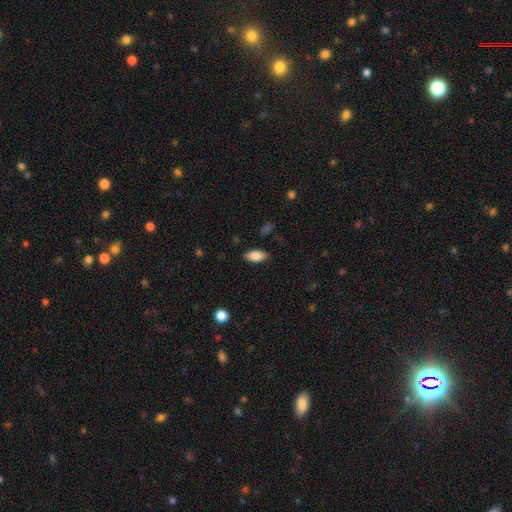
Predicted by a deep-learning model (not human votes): Overall: smooth (85%). How rounded: in between (90%). Merging: none (85%).